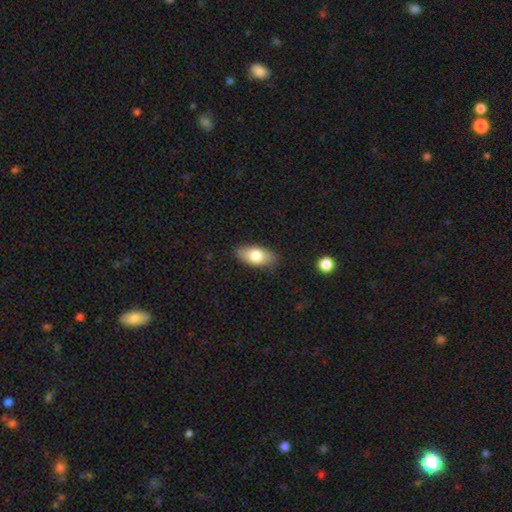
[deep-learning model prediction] A smooth galaxy with no disk features (76%) that is in between round and cigar-shaped (90%). Merging: none (85%).